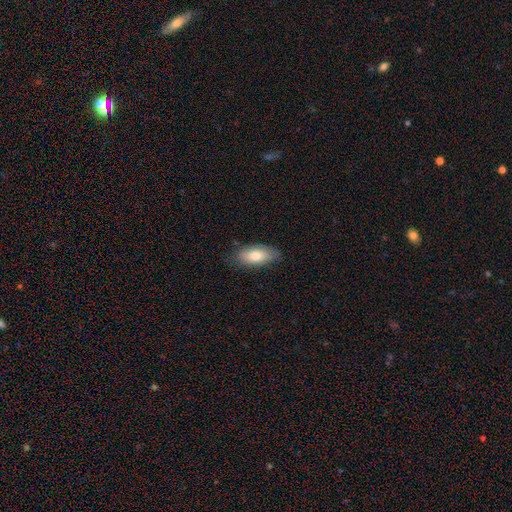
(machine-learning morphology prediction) Smooth or featured? smooth (78%)
How rounded? in between (87%)
Merging? none (80%)